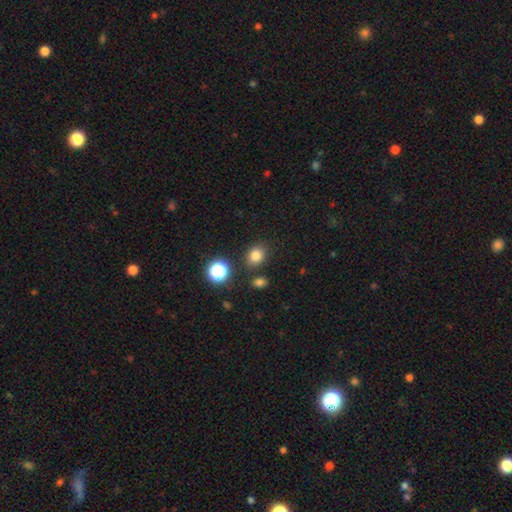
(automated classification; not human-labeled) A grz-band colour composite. It shows a smooth galaxy with no disk features (80%) that is round (53%). Merging: none (82%).